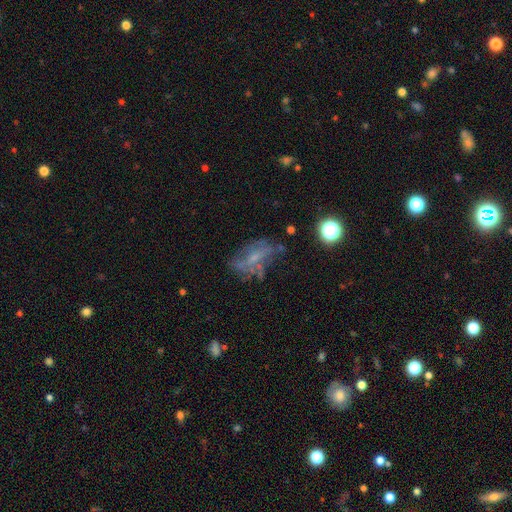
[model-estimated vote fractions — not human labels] This is possibly a featured or disk galaxy (55%). It is clearly not viewed edge-on (91%). Merging: possibly none (46%).